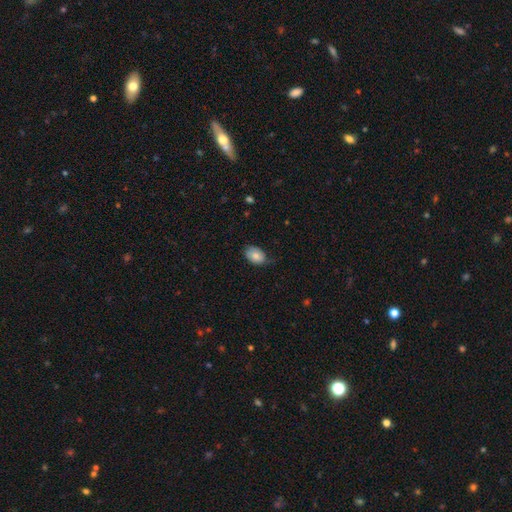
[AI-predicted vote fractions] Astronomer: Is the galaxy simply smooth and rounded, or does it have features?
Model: smooth — 78%.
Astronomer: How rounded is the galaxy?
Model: in between — 82%.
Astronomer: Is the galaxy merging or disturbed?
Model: none — 61%.